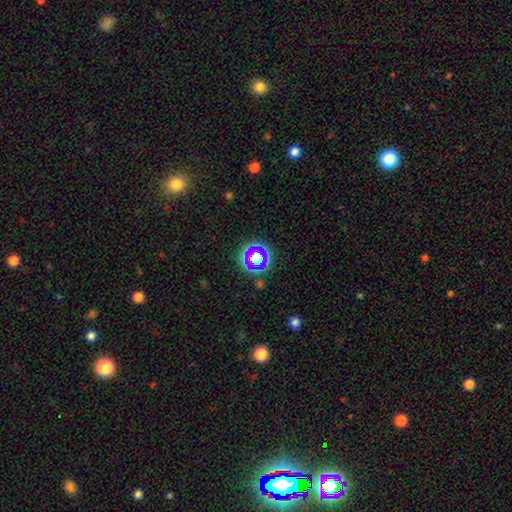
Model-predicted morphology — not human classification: Smooth or featured: star or artifact — 47% (smooth — 38%)